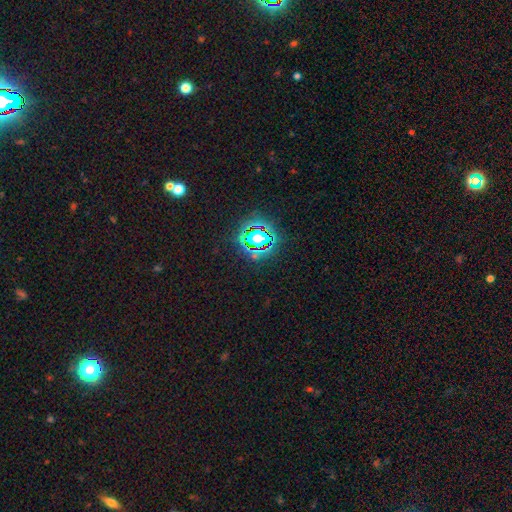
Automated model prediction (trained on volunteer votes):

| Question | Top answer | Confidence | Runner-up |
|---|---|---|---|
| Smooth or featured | star or artifact | 76% | smooth (16%) |